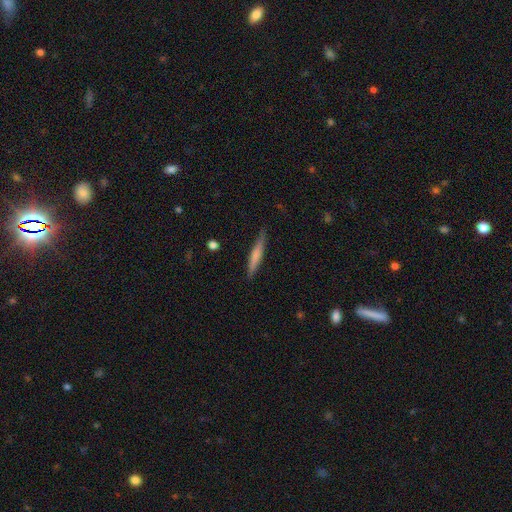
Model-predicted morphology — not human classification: A smooth galaxy with no disk features (60%) that is cigar-shaped (93%).

Vote fractions:
- Smooth or featured? smooth: 60% / featured or disk: 34% / star or artifact: 6%
- How rounded? cigar-shaped: 93% / in between: 6% / round: 1%
- Merging? none: 84% / minor disturbance: 13% / major disturbance: 2% / merger: 1%